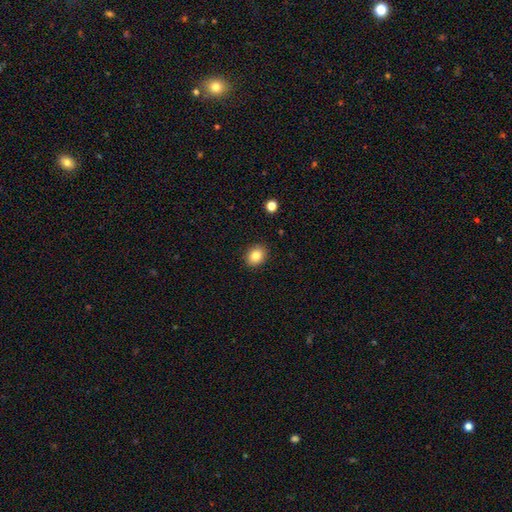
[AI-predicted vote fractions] A smooth galaxy with no disk features (84%) that is round (58%).

Vote fractions:
- Smooth or featured? smooth: 84% / star or artifact: 10% / featured or disk: 6%
- How rounded? round: 58% / in between: 42% / cigar-shaped: 1%
- Merging? none: 90% / minor disturbance: 7% / major disturbance: 2% / merger: 1%